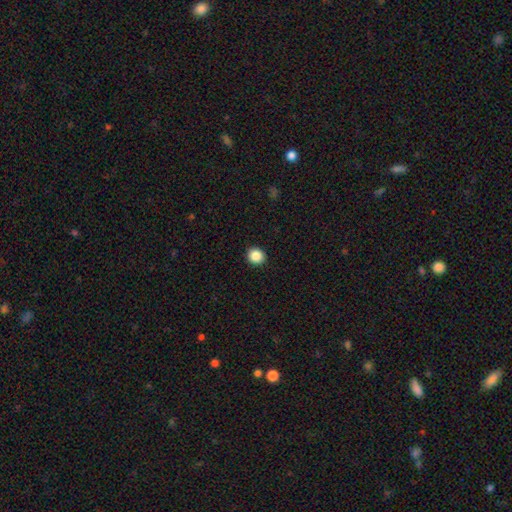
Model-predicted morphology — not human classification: smooth-or-featured: smooth: 88% | star or artifact: 10% | featured or disk: 3%
  how-rounded: round: 89% | in between: 10% | cigar-shaped: 1%
  merging: none: 93% | minor disturbance: 4% | major disturbance: 2% | merger: 1%